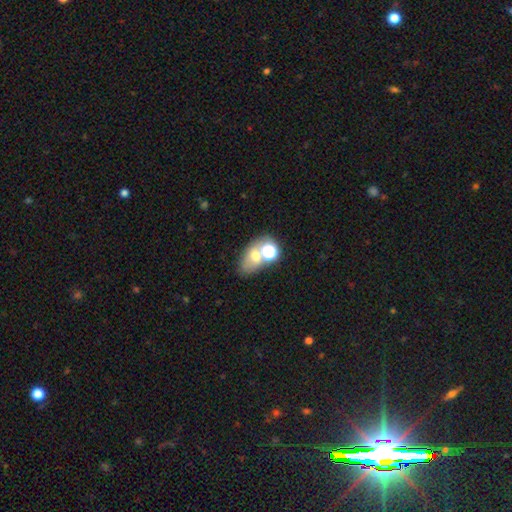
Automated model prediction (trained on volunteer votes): This is likely a smooth galaxy (60%). How rounded: likely in between (67%). Merging: marginally none (41%).